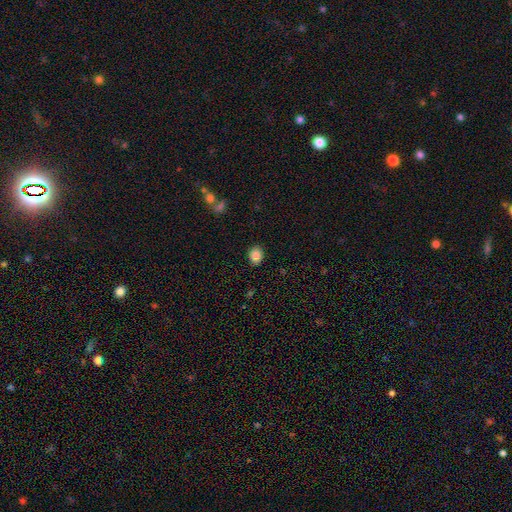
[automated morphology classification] smooth_or_featured: smooth (p=0.87) [alt: star or artifact p=0.09]
how_rounded: in between (p=0.57) [alt: round p=0.42]
merging: none (p=0.88) [alt: minor disturbance p=0.09]